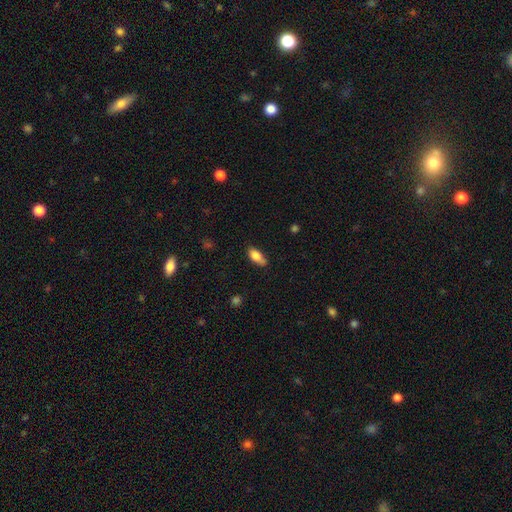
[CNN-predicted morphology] Smooth or featured: smooth — 81% (featured or disk — 11%)
How rounded: in between — 84% (cigar-shaped — 12%)
Merging: none — 62% (minor disturbance — 29%)